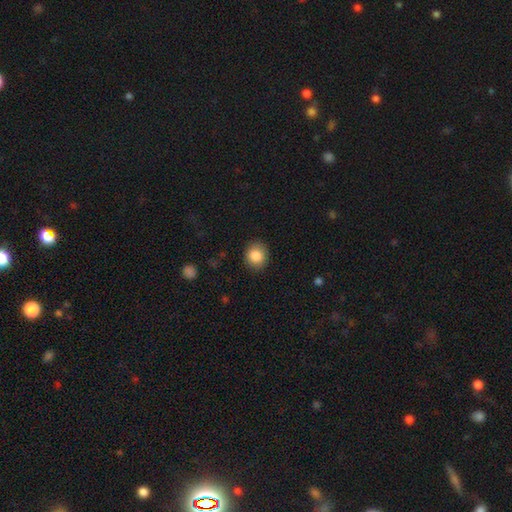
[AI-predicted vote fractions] Smooth or featured: smooth — 86% (star or artifact — 9%)
How rounded: round — 79% (in between — 20%)
Merging: none — 88% (minor disturbance — 9%)